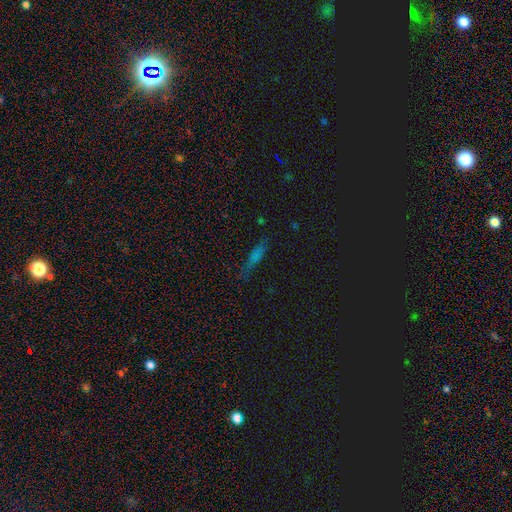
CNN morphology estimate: Smooth or featured? smooth (55%)
How rounded? cigar-shaped (85%)
Merging? none (77%)